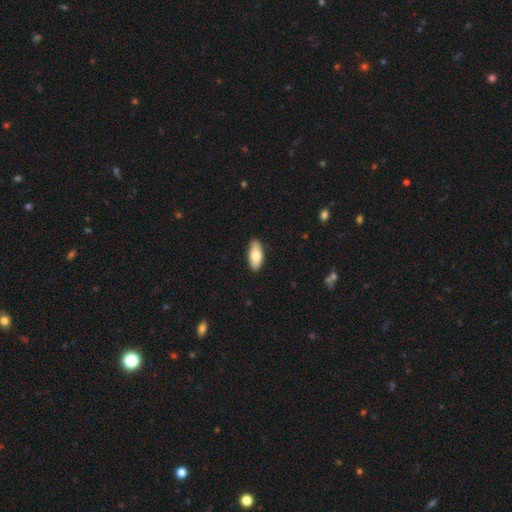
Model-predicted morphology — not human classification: The model was most divided on "smooth or featured": smooth: 76%, featured or disk: 18%, star or artifact: 6%. More confident: merging — none (87%); how rounded — in between (85%).